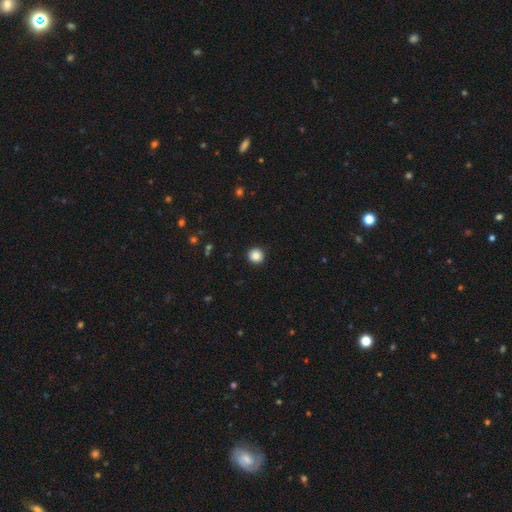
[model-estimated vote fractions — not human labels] Q: Smooth or featured?
A: smooth (86%); runner-up: star or artifact (10%)
Q: How rounded?
A: round (95%); runner-up: in between (4%)
Q: Merging?
A: none (93%); runner-up: minor disturbance (4%)